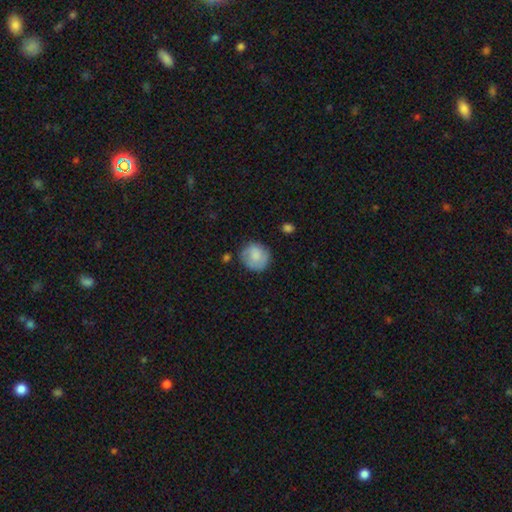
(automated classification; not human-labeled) Morphology: type=smooth (76%); roundness=round (87%); merging=none (74%).